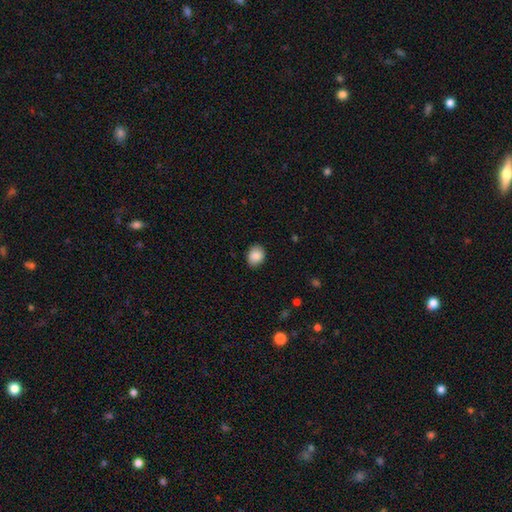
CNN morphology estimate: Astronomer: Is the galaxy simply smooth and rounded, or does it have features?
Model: smooth — 88%.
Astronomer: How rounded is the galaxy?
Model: in between — 52% (runner-up: round, 47%).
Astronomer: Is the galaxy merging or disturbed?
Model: none — 87%.